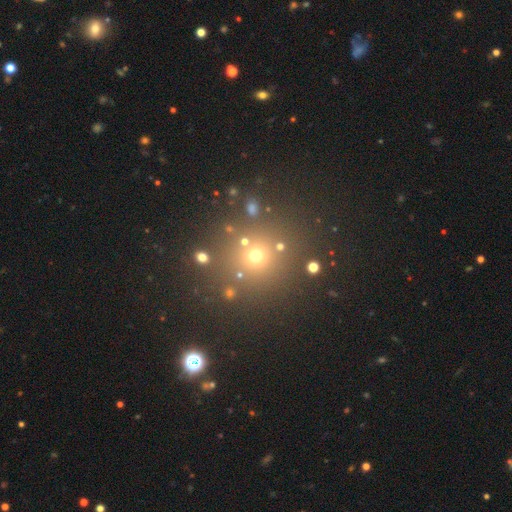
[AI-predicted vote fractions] Smooth or featured? Predicted: smooth (p=0.59). How rounded? Predicted: round (p=0.89). Merging? Predicted: none (p=0.81).